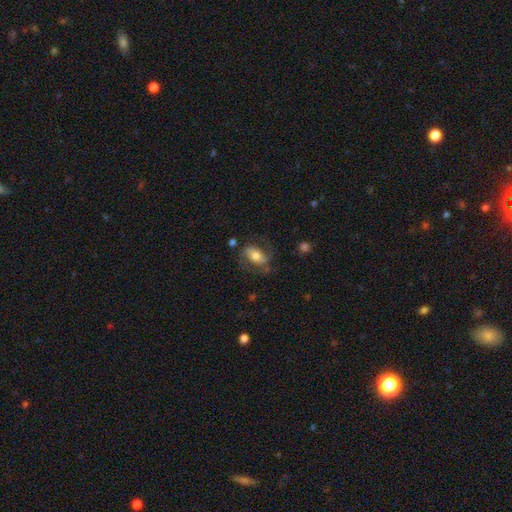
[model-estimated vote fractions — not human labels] featured or disk 48%, smooth 44%, star or artifact 8%. Down the decision tree: merging — none (63%).